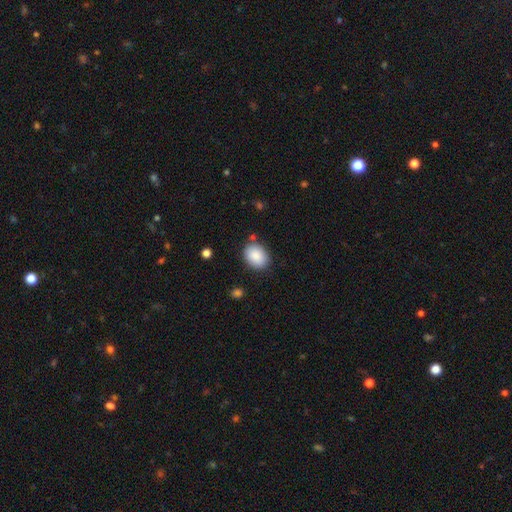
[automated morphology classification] smooth-or-featured: smooth: 88% | star or artifact: 7% | featured or disk: 4%
  how-rounded: in between: 62% | round: 37% | cigar-shaped: 1%
  merging: none: 81% | minor disturbance: 12% | major disturbance: 3% | merger: 3%